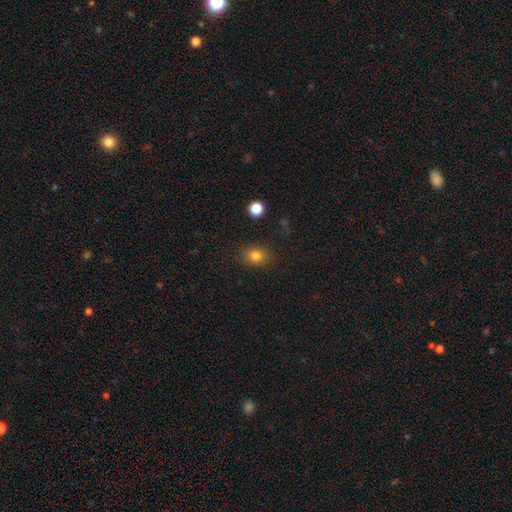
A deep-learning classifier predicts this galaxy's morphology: smooth-or-featured: smooth: 81% | star or artifact: 13% | featured or disk: 7%
  how-rounded: in between: 51% | round: 48% | cigar-shaped: 1%
  merging: none: 85% | minor disturbance: 10% | major disturbance: 3% | merger: 2%